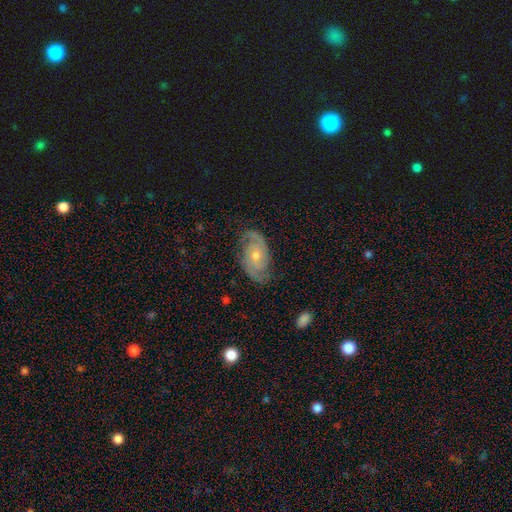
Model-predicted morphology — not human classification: A featured or disk galaxy (85%) with no bar (68%), 2 (81%) tight (46%) spiral arms (96%) and a moderate central bulge (52%).

Vote fractions:
- Smooth or featured? featured or disk: 85% / smooth: 9% / star or artifact: 6%
- Edge-on disk? no: 96% / yes: 4%
- Bar? no: 68% / weak: 27% / strong: 5%
- Spiral arms? yes: 96% / no: 4%
- Spiral winding? tight: 46% / medium: 41% / loose: 13%
- Spiral arm count? 2: 81% / can't tell: 8% / 3: 5% / 1: 2% / 4: 2% / more than 4: 2%
- Bulge size? moderate: 52% / small: 43% / large: 2% / none: 2% / dominant: 1%
- Merging? none: 79% / minor disturbance: 15% / major disturbance: 5% / merger: 1%